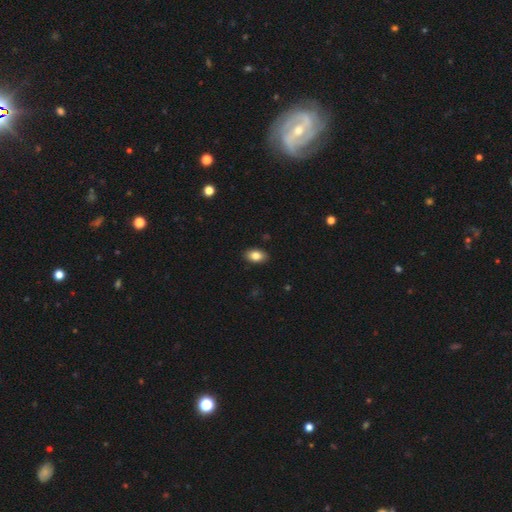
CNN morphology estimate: smooth 84%, featured or disk 8%, star or artifact 8%. Down the decision tree: how rounded — in between (89%); merging — none (89%).